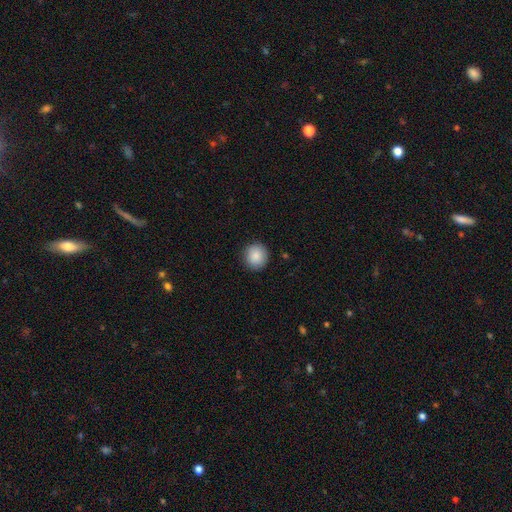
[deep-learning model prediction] Overall: smooth (88%). How rounded: round (91%). Merging: none (90%).